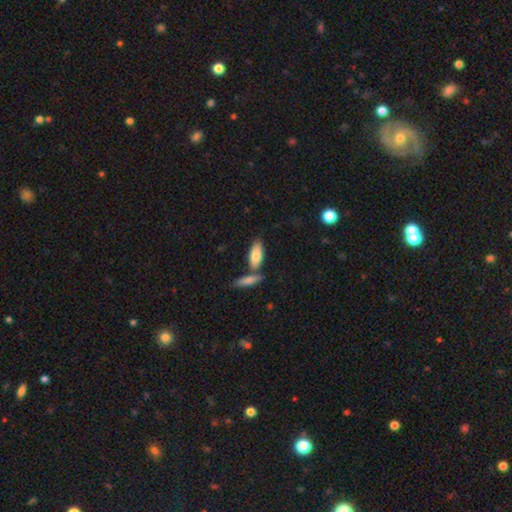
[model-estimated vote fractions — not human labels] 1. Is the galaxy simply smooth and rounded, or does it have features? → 80% smooth, 14% featured or disk, 6% star or artifact.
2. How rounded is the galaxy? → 78% in between, 20% cigar-shaped, 2% round.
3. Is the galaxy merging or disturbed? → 57% none, 28% merger, 12% minor disturbance, 3% major disturbance.